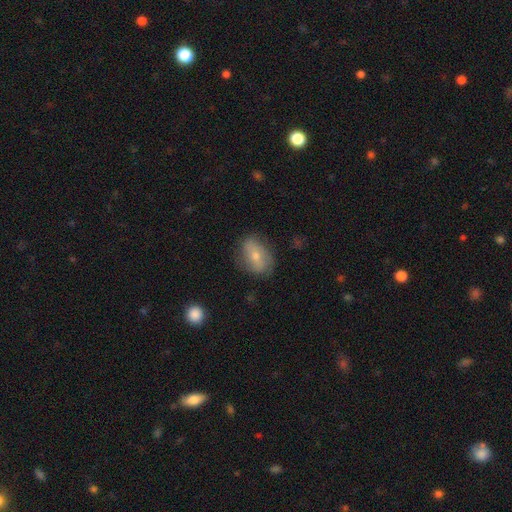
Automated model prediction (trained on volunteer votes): This is possibly a smooth galaxy (55%). How rounded: likely in between (78%). Merging: likely none (72%).